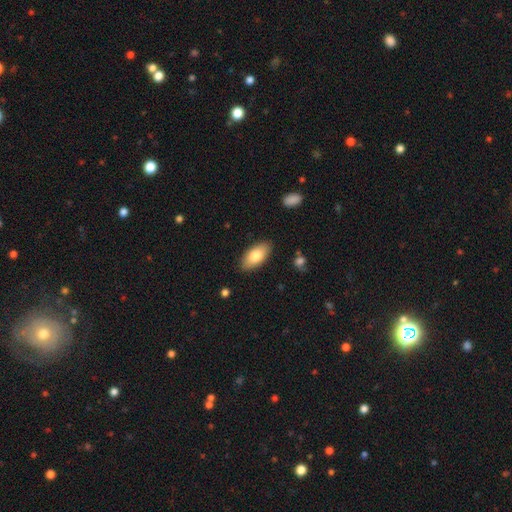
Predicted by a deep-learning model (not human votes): Smooth or featured?
  - smooth: 78% *
  - featured or disk: 16%
  - star or artifact: 6%
How rounded?
  - in between: 91% *
  - cigar-shaped: 6%
  - round: 3%
Merging?
  - none: 87% *
  - minor disturbance: 10%
  - major disturbance: 2%
  - merger: 1%